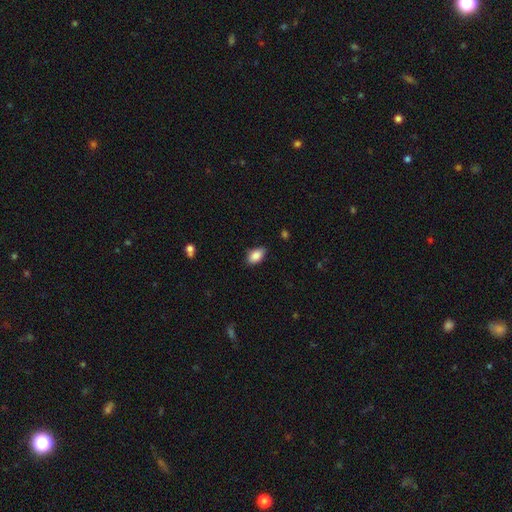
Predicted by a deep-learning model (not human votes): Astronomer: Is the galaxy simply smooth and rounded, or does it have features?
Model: smooth — 87%.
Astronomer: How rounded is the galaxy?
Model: in between — 91%.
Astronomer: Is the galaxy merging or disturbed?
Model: none — 83%.